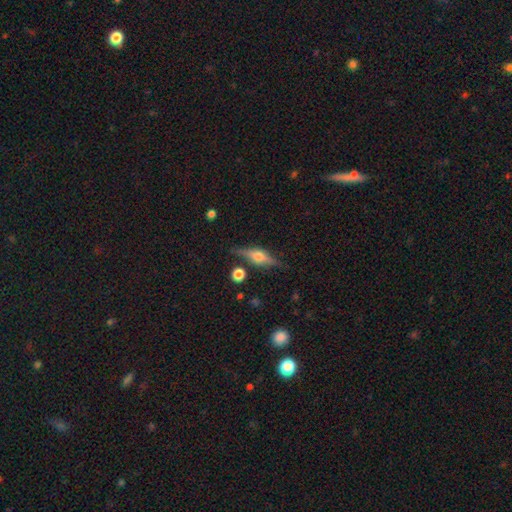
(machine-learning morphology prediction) The model was most divided on "smooth or featured": featured or disk: 76%, smooth: 16%, star or artifact: 8%. More confident: edge-on disk — yes (96%); edge-on bulge — rounded (90%); merging — none (85%).